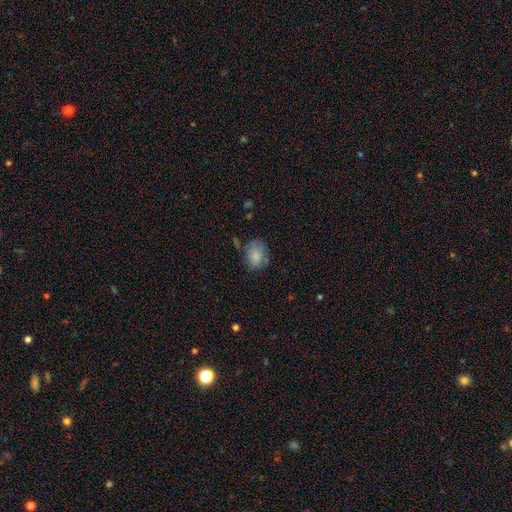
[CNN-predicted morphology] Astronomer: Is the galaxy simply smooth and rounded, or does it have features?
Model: smooth — 79%.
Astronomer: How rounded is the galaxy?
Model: in between — 69%.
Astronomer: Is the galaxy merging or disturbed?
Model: none — 59%.